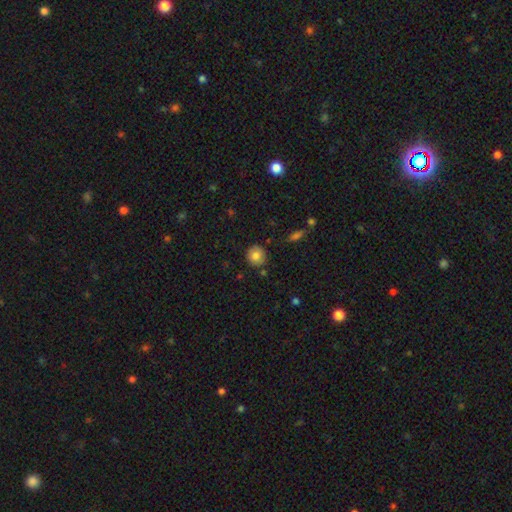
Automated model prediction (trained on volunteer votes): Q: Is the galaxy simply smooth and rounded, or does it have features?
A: smooth — 80%.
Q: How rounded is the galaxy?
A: round — 89%.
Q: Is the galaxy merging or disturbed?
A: none — 84%.